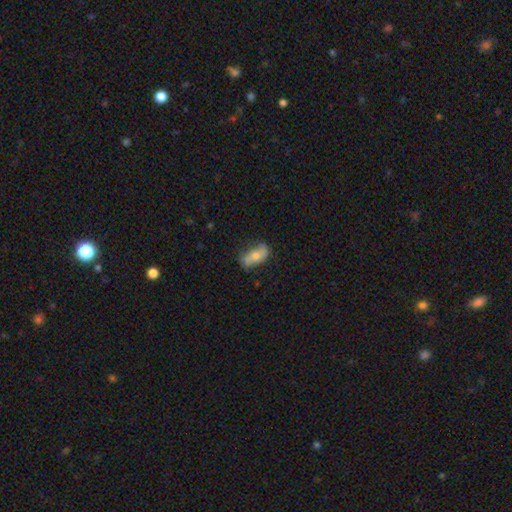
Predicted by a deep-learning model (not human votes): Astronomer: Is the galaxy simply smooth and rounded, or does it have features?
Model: smooth — 59%.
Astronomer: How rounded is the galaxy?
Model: in between — 84%.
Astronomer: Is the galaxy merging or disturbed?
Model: none — 64%.